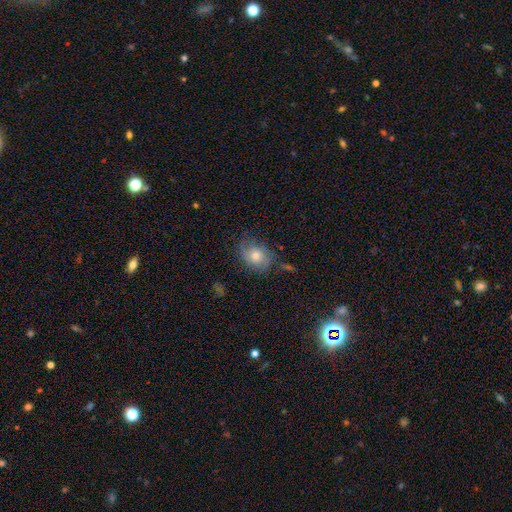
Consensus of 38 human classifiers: Q: Smooth or featured?
A: smooth (61%); runner-up: featured or disk (32%)
Q: How rounded?
A: in between (57%); runner-up: round (43%)
Q: Merging?
A: none (66%); runner-up: minor disturbance (23%)